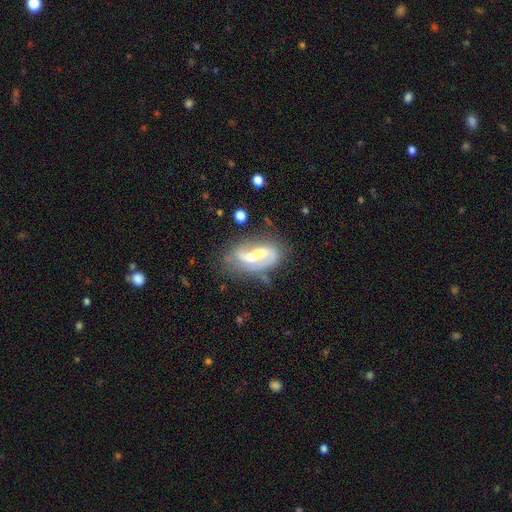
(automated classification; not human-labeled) Morphology: type=featured or disk (76%); edge-on=no (94%); bar=strong (47%); spiral arms=yes (87%); winding=medium (41%); arm count=2 (73%); bulge=moderate (37%); merging=none (54%).